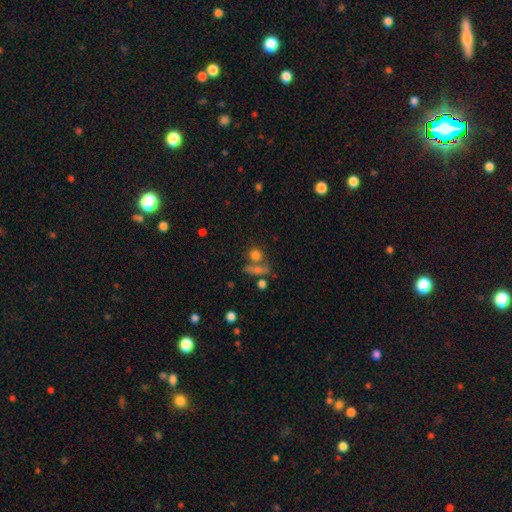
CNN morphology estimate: Smooth or featured?
  - smooth: 71% *
  - star or artifact: 16%
  - featured or disk: 13%
How rounded?
  - round: 76% *
  - in between: 20%
  - cigar-shaped: 4%
Merging?
  - none: 51% *
  - merger: 32%
  - minor disturbance: 10%
  - major disturbance: 7%